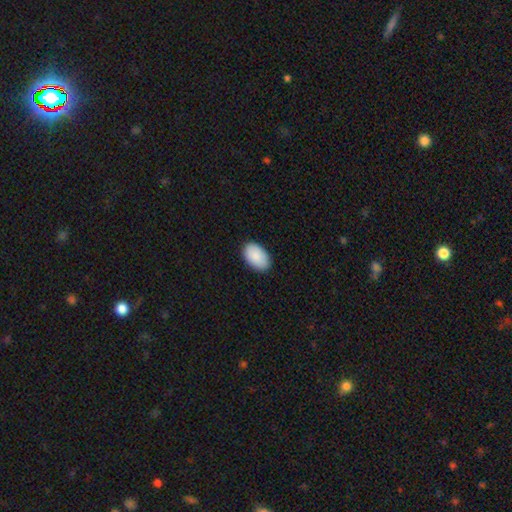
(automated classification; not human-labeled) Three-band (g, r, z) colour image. It shows a smooth galaxy with no disk features (90%) that is in between round and cigar-shaped (94%). Merging: none (88%).